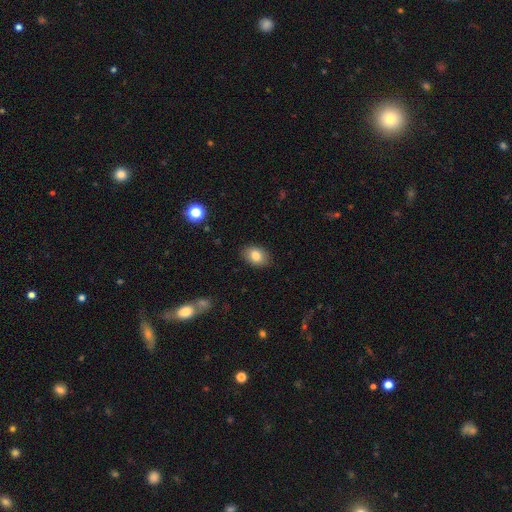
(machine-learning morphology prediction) This is clearly a smooth galaxy (82%). How rounded: likely in between (78%). Merging: clearly none (88%).